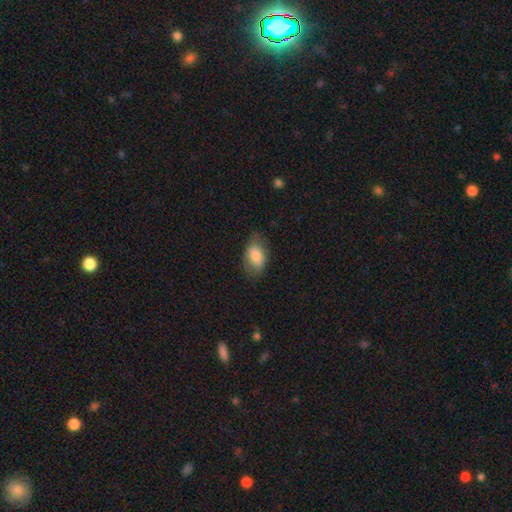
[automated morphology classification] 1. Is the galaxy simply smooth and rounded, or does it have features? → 80% smooth, 13% featured or disk, 7% star or artifact.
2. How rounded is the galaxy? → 90% in between, 8% round, 2% cigar-shaped.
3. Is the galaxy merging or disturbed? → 72% none, 21% minor disturbance, 7% major disturbance, 1% merger.